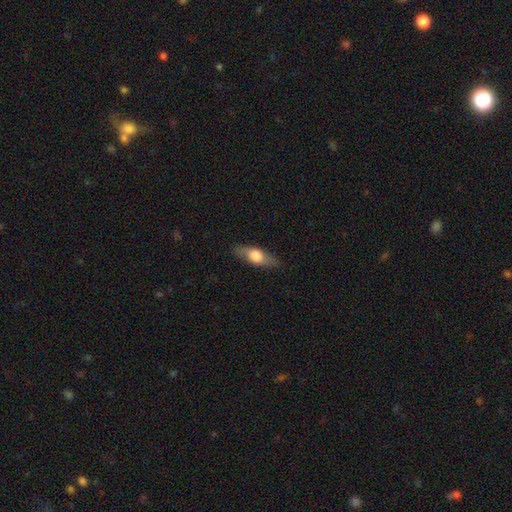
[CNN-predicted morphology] smooth_or_featured: smooth (p=0.53) [alt: featured or disk p=0.40]
how_rounded: in between (p=0.58) [alt: cigar-shaped p=0.37]
merging: none (p=0.85) [alt: minor disturbance p=0.11]